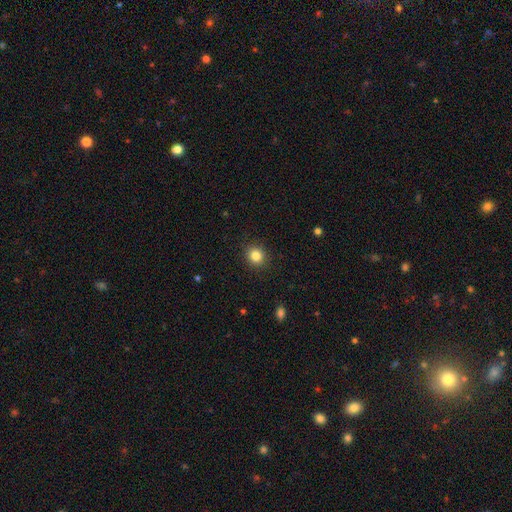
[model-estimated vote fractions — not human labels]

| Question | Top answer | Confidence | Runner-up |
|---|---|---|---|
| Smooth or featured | smooth | 84% | star or artifact (11%) |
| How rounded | round | 83% | in between (16%) |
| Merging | none | 90% | minor disturbance (7%) |